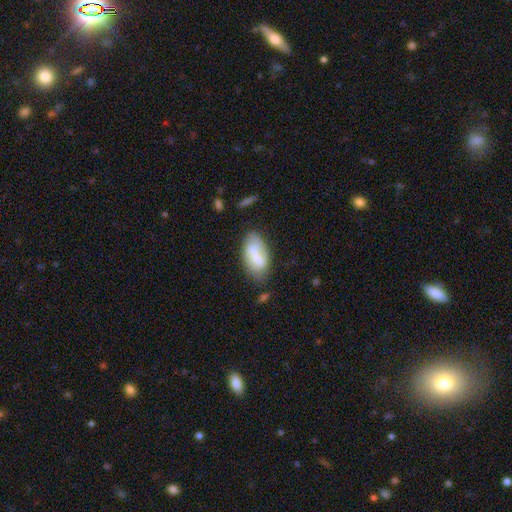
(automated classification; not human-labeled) Morphology: type=smooth (65%); roundness=in between (89%); merging=none (55%).